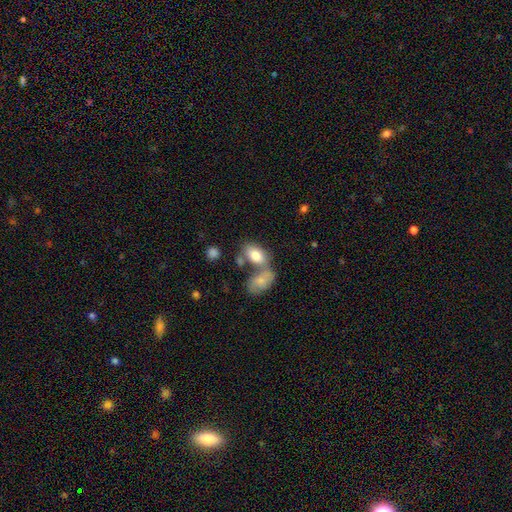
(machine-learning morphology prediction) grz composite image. It shows a smooth galaxy with no disk features (78%) that is in between round and cigar-shaped (91%). Merging: merger (47%).